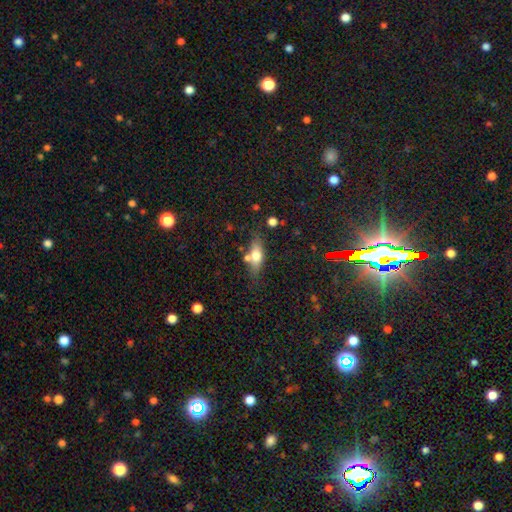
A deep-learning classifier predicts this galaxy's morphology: This is possibly a smooth galaxy (60%). How rounded: likely in between (63%). Merging: likely none (67%).